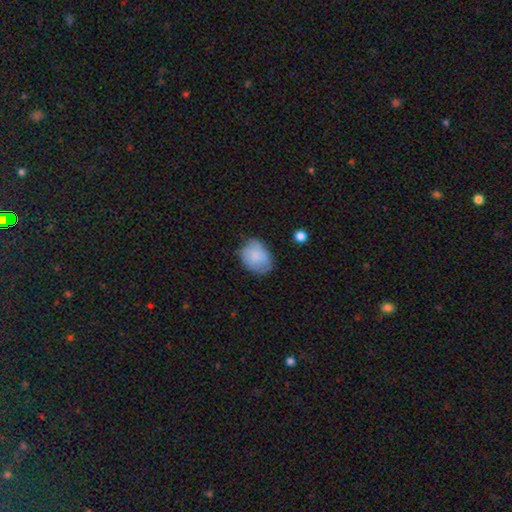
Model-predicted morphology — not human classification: Smooth or featured? smooth (74%)
How rounded? in between (65%)
Merging? none (58%)